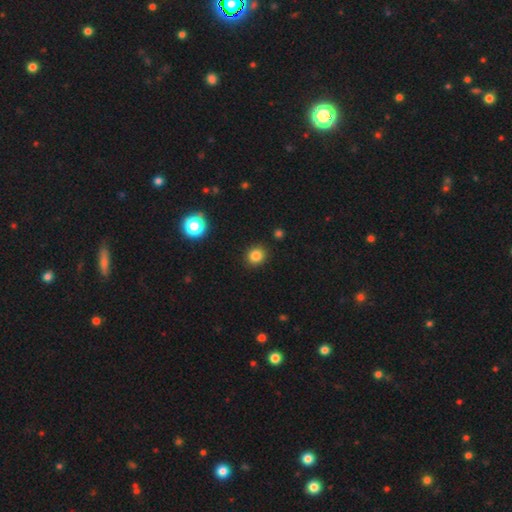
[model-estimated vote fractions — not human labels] A smooth galaxy with no disk features (83%) that is round (82%).

Vote fractions:
- Smooth or featured? smooth: 83% / star or artifact: 12% / featured or disk: 4%
- How rounded? round: 82% / in between: 17% / cigar-shaped: 1%
- Merging? none: 90% / minor disturbance: 6% / major disturbance: 2% / merger: 1%